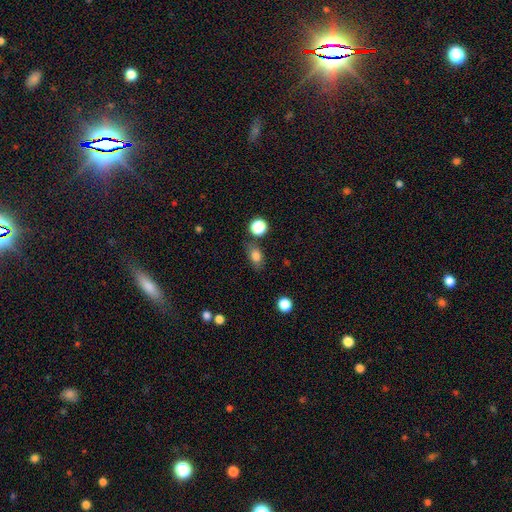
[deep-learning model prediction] This is clearly a smooth galaxy (82%). How rounded: likely in between (71%). Merging: likely none (70%).